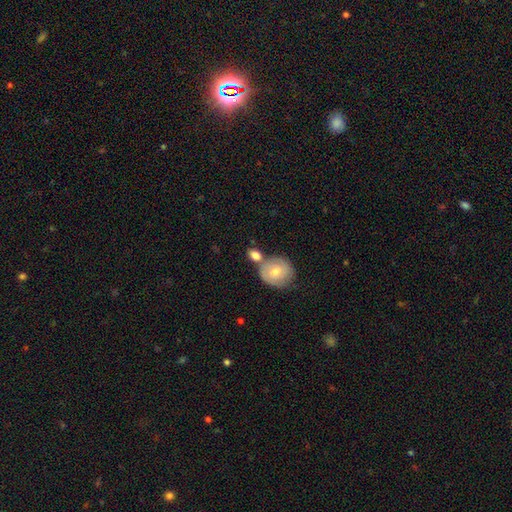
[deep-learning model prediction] smooth-or-featured: smooth: 70% | featured or disk: 23% | star or artifact: 7%
  how-rounded: round: 50% | in between: 47% | cigar-shaped: 3%
  merging: none: 49% | merger: 34% | minor disturbance: 13% | major disturbance: 4%